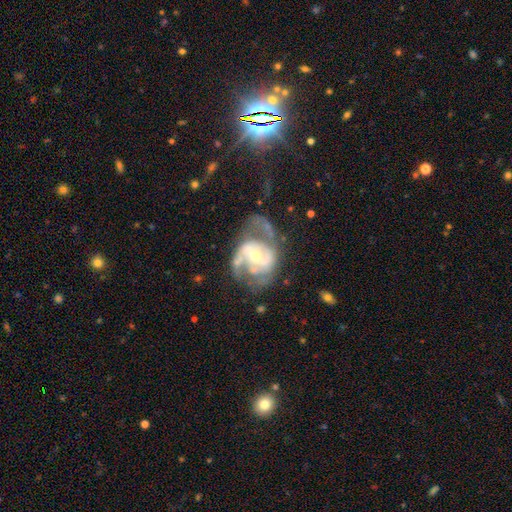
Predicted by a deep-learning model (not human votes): Overall: featured or disk (83%). Edge-on disk: no (98%). Bar: weak (43%; no 29%). Spiral arms: yes (85%). Spiral arm count: 2 (72%). Spiral winding: medium (49%; loose 28%). Bulge size: moderate (45%, tied with small). Merging: none (39%; major disturbance 33%).